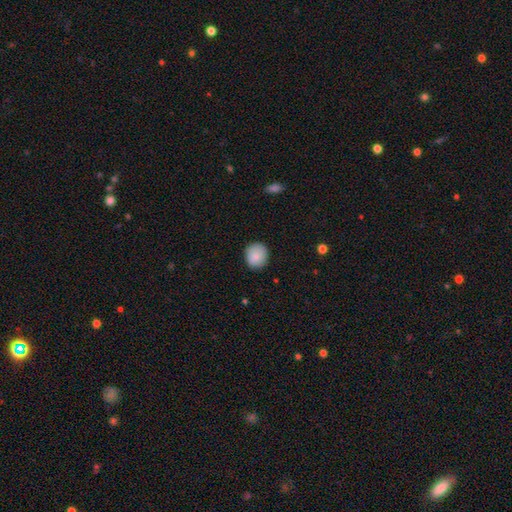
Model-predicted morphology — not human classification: This is clearly a smooth galaxy (86%). How rounded: clearly round (82%). Merging: clearly none (86%).